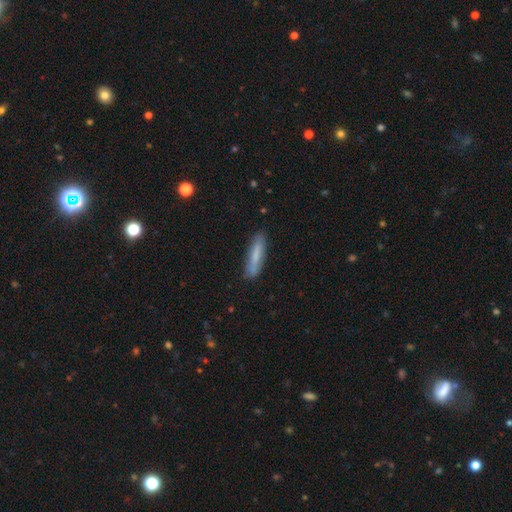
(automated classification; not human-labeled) A smooth galaxy with no disk features (74%) that is cigar-shaped (80%). Merging: none (82%).